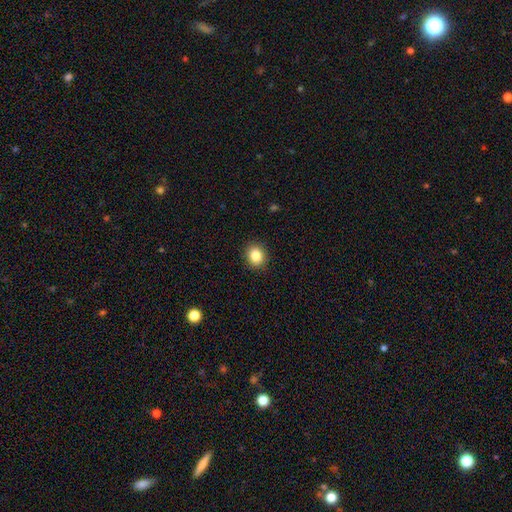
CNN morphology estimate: A smooth galaxy with no disk features (85%) that is round (69%).

Vote fractions:
- Smooth or featured? smooth: 85% / star or artifact: 10% / featured or disk: 5%
- How rounded? round: 69% / in between: 30% / cigar-shaped: 1%
- Merging? none: 90% / minor disturbance: 7% / major disturbance: 2% / merger: 1%